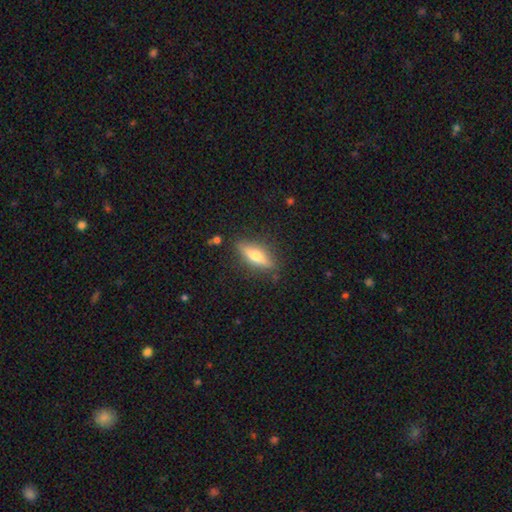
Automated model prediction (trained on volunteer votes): A featured or disk galaxy (52%) viewed edge-on (90%). Merging: none (85%).